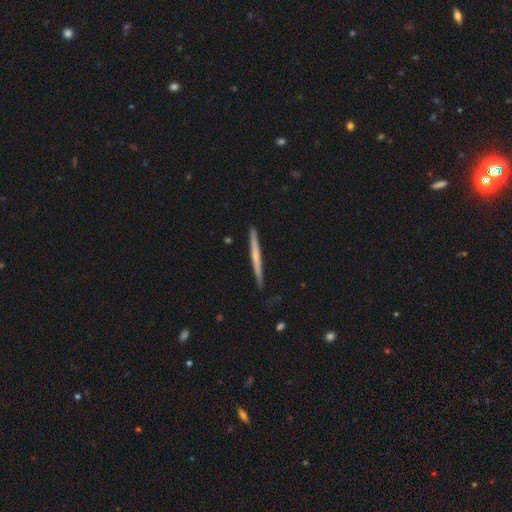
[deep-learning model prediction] Smooth or featured? featured or disk (53%)
Edge-on disk? yes (97%)
Edge-on bulge? none (67%)
Merging? none (89%)